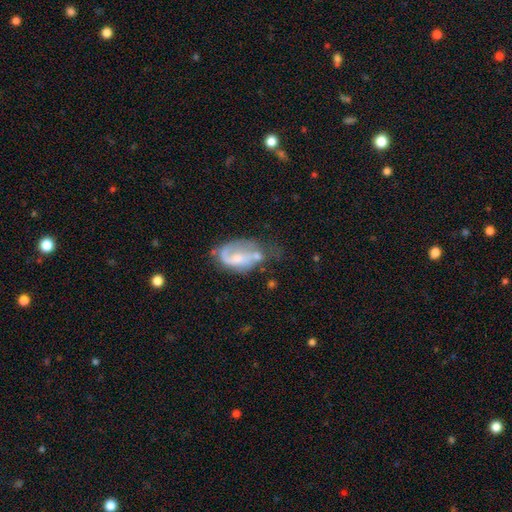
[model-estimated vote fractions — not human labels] A featured or disk galaxy (59%) with no bar (60%), spiral arms (68%) and a moderate central bulge (39%). Merging: major disturbance (32%).